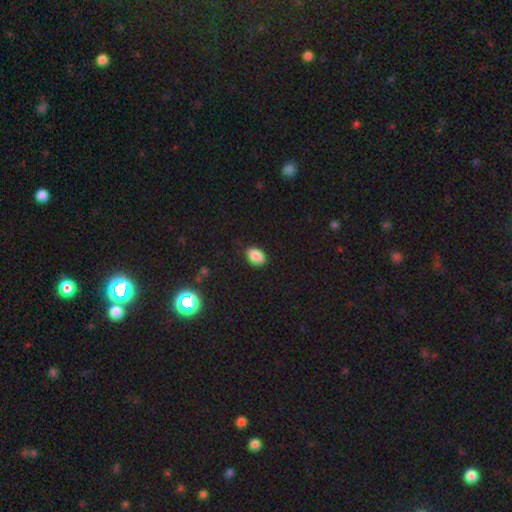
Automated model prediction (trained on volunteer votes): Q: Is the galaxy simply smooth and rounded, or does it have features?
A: smooth — 87%.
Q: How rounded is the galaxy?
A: in between — 89%.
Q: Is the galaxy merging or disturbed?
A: none — 85%.